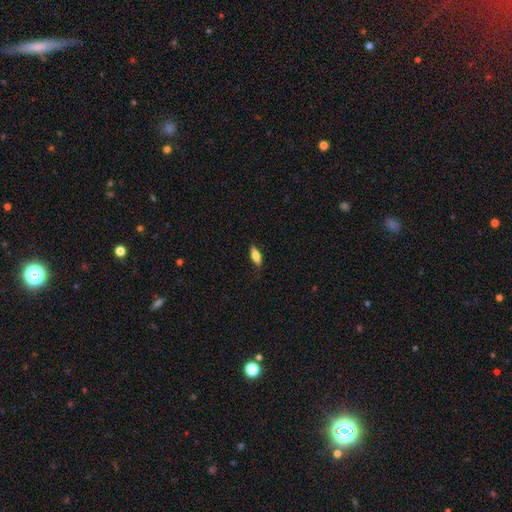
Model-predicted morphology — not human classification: The model was most divided on "how rounded": in between: 69%, cigar-shaped: 28%, round: 3%. More confident: merging — none (83%); smooth or featured — smooth (67%).